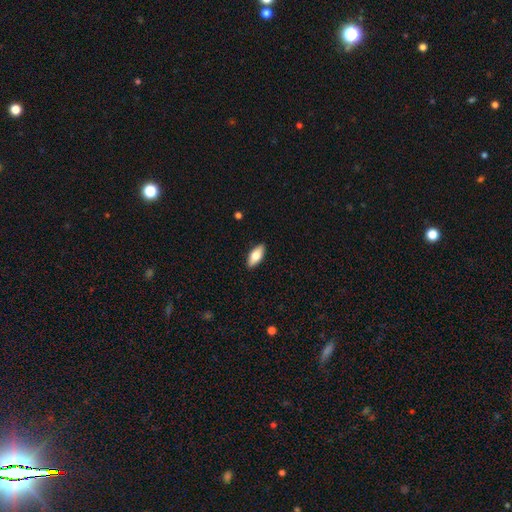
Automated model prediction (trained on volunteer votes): Smooth or featured?
  - smooth: 71% *
  - featured or disk: 22%
  - star or artifact: 6%
How rounded?
  - in between: 82% *
  - cigar-shaped: 16%
  - round: 3%
Merging?
  - none: 89% *
  - minor disturbance: 8%
  - major disturbance: 2%
  - merger: 1%